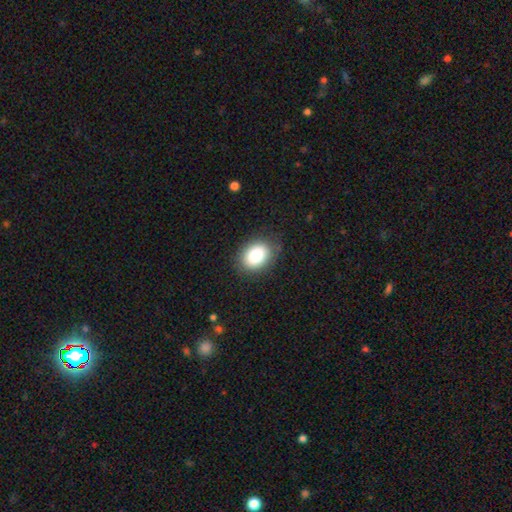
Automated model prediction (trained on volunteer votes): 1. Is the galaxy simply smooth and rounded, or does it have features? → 83% smooth, 9% featured or disk, 8% star or artifact.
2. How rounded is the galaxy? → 69% in between, 30% round, 1% cigar-shaped.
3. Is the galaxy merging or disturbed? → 83% none, 12% minor disturbance, 3% major disturbance, 1% merger.